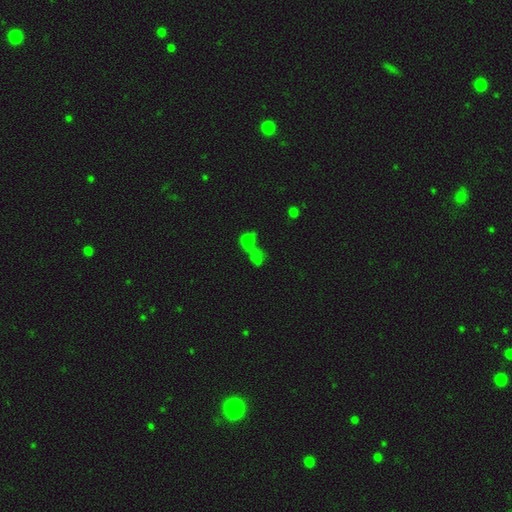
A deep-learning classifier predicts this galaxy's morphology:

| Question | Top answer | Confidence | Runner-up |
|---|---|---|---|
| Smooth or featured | smooth | 59% | star or artifact (23%) |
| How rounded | round | 63% | in between (34%) |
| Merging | merger | 48% | none (24%) |